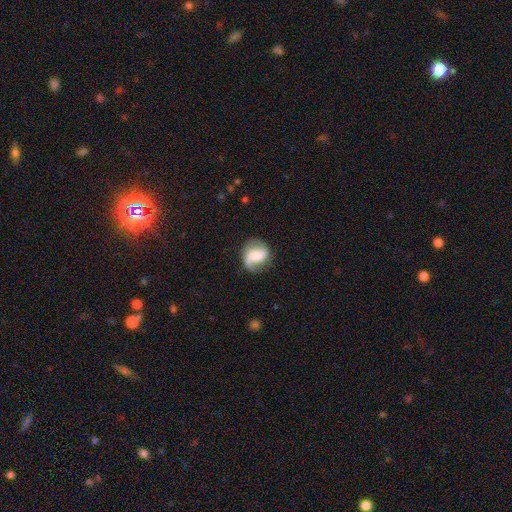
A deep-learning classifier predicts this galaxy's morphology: Q: Smooth or featured?
A: featured or disk (64%); runner-up: smooth (28%)
Q: Edge-on disk?
A: no (98%); runner-up: yes (2%)
Q: Bar?
A: no (44%); runner-up: weak (38%)
Q: Spiral arms?
A: yes (92%); runner-up: no (8%)
Q: Spiral winding?
A: medium (42%); runner-up: loose (38%)
Q: Spiral arm count?
A: 2 (70%); runner-up: 1 (22%)
Q: Bulge size?
A: moderate (26%); tied with: small (26%)
Q: Merging?
A: none (67%); runner-up: minor disturbance (20%)